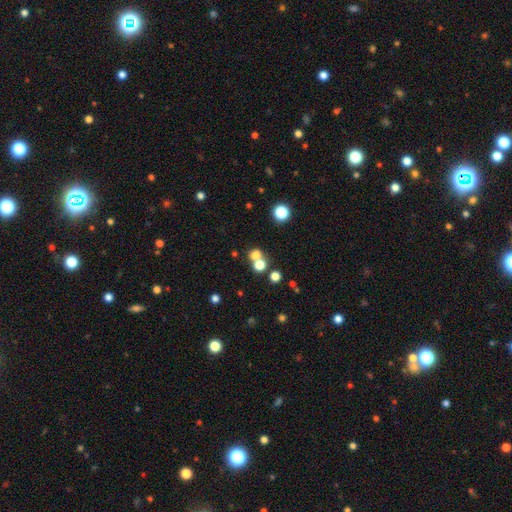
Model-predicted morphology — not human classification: Smooth or featured?
  - smooth: 70% *
  - star or artifact: 19%
  - featured or disk: 11%
How rounded?
  - round: 77% *
  - in between: 22%
  - cigar-shaped: 1%
Merging?
  - none: 45% *
  - merger: 44%
  - minor disturbance: 7%
  - major disturbance: 4%